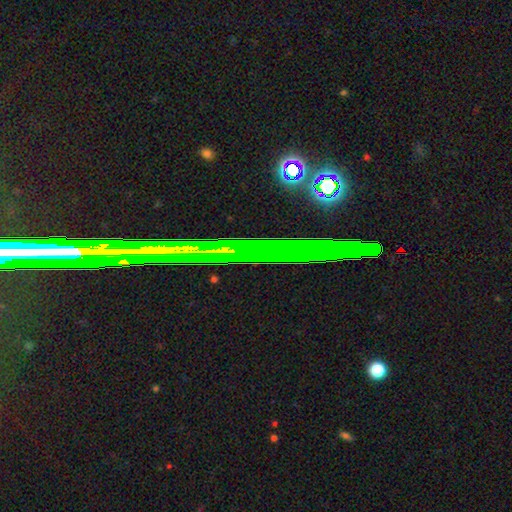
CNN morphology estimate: Smooth or featured? Predicted: star or artifact (p=0.67).